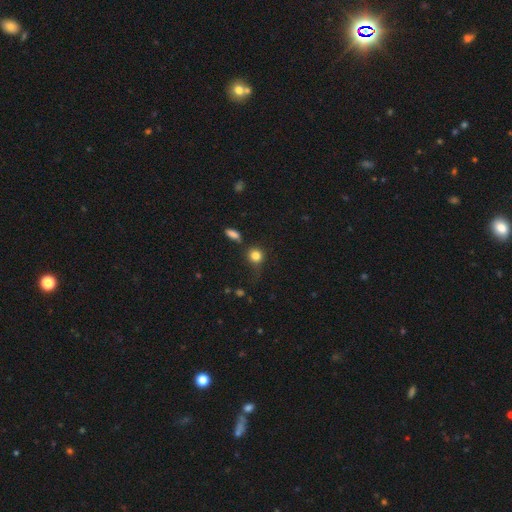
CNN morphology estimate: Smooth or featured?
  - smooth: 82% *
  - star or artifact: 11%
  - featured or disk: 7%
How rounded?
  - round: 83% *
  - in between: 16%
  - cigar-shaped: 1%
Merging?
  - none: 62% *
  - minor disturbance: 21%
  - major disturbance: 10%
  - merger: 7%